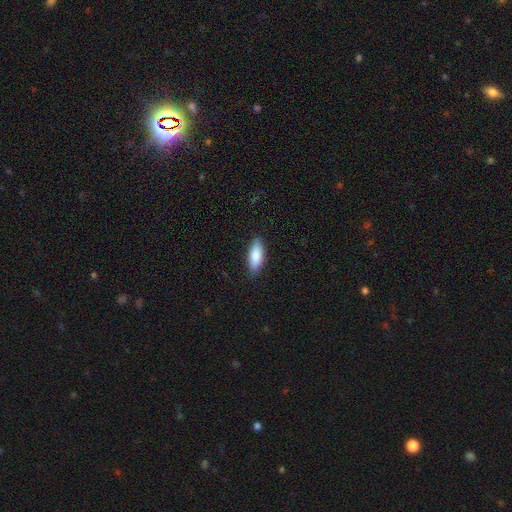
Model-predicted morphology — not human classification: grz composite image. It shows a smooth galaxy with no disk features (85%) that is in between round and cigar-shaped (73%). Merging: none (86%).